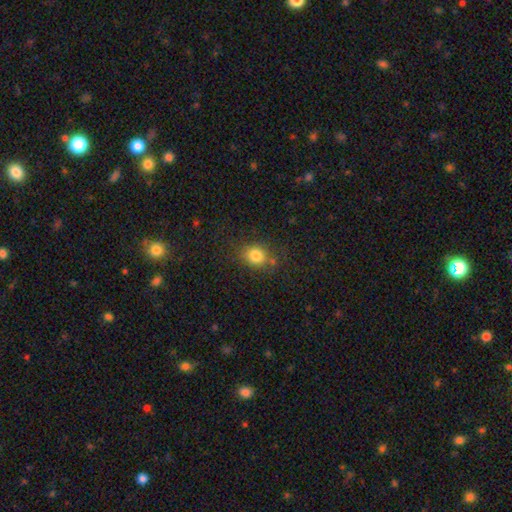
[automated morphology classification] A smooth galaxy with no disk features (81%) that is round (63%).

Vote fractions:
- Smooth or featured? smooth: 81% / star or artifact: 12% / featured or disk: 7%
- How rounded? round: 63% / in between: 36% / cigar-shaped: 1%
- Merging? none: 75% / minor disturbance: 15% / major disturbance: 6% / merger: 5%